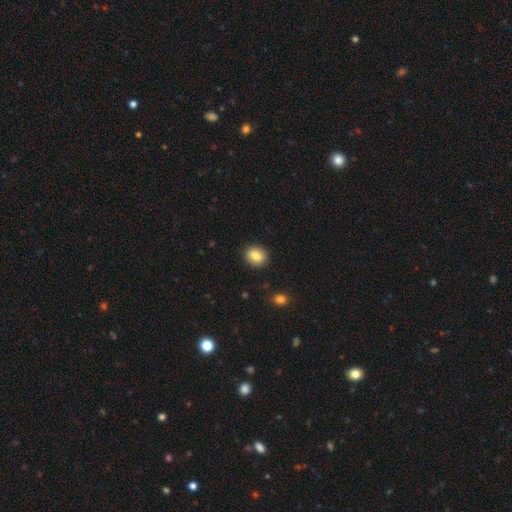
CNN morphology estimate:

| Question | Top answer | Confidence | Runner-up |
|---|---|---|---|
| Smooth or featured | smooth | 82% | featured or disk (9%) |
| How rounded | round | 64% | in between (35%) |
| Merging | none | 89% | minor disturbance (8%) |